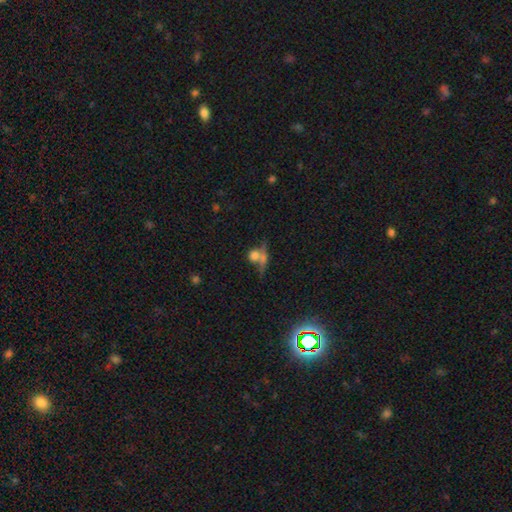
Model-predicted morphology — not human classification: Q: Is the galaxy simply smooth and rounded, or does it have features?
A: smooth — 63%.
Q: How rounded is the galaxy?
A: round — 62%.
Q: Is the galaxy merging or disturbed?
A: none — 41%.